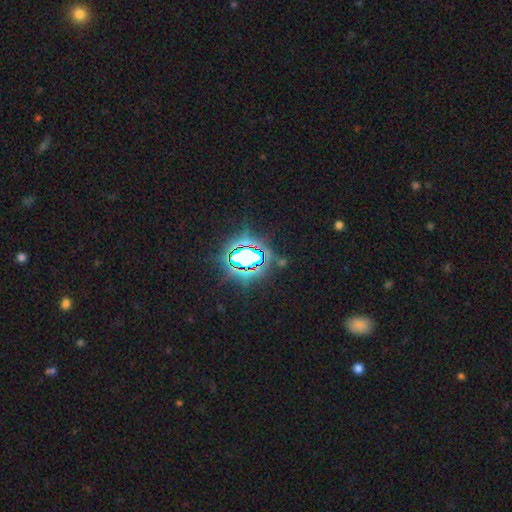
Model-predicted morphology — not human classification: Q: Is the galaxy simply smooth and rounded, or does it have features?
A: star or artifact — 80%.